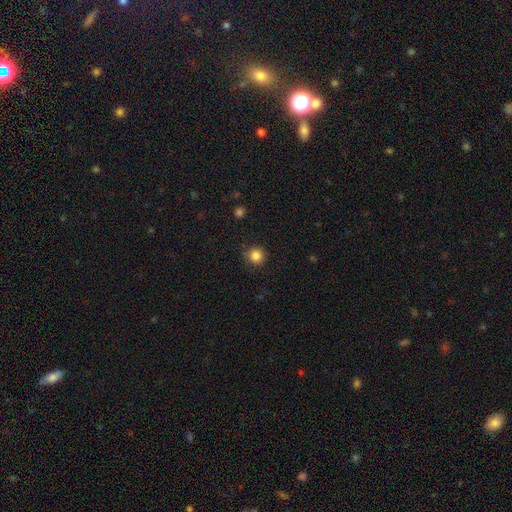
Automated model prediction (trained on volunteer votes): A smooth galaxy with no disk features (85%) that is round (93%).

Vote fractions:
- Smooth or featured? smooth: 85% / star or artifact: 11% / featured or disk: 4%
- How rounded? round: 93% / in between: 6% / cigar-shaped: 1%
- Merging? none: 84% / minor disturbance: 12% / major disturbance: 3% / merger: 1%